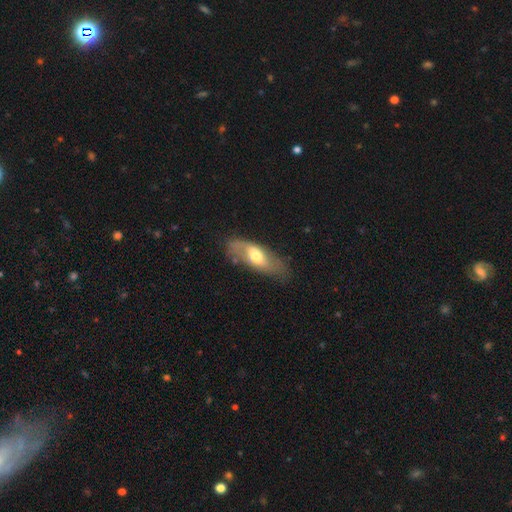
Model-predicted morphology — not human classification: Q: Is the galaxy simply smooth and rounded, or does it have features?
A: smooth — 47%, tied with featured or disk.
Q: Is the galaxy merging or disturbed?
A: none — 65%.